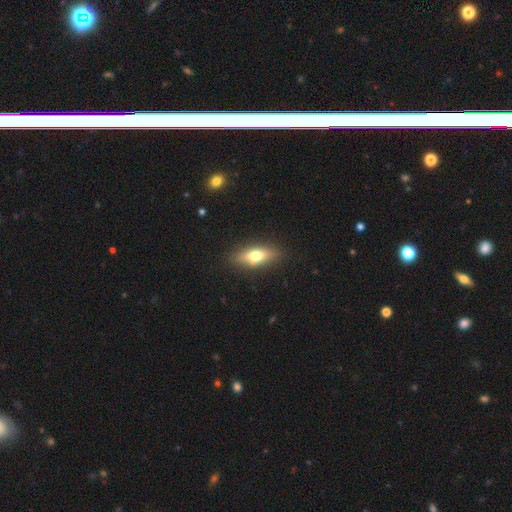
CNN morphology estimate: type=smooth (65%); roundness=in between (68%); merging=none (86%).